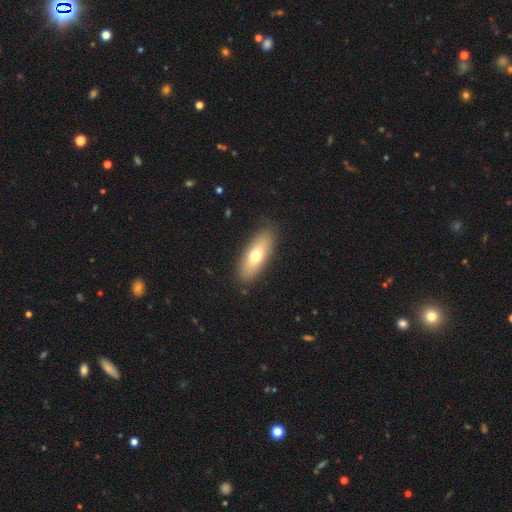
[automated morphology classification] Smooth or featured? Predicted: smooth (p=0.67). How rounded? Predicted: in between (p=0.66). Merging? Predicted: none (p=0.86).